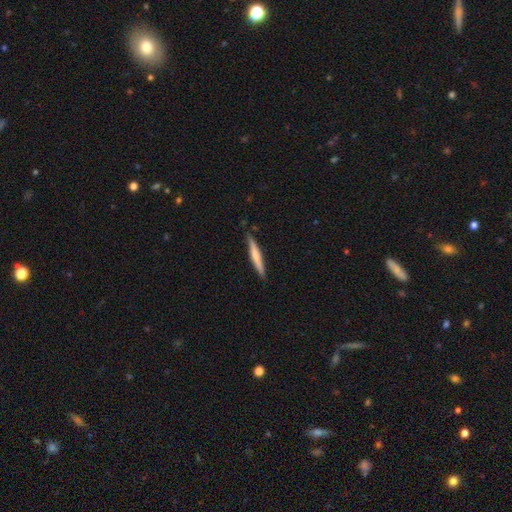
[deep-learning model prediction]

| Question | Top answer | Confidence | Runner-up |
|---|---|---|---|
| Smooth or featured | smooth | 55% | featured or disk (40%) |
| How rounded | cigar-shaped | 94% | in between (5%) |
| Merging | none | 87% | minor disturbance (10%) |